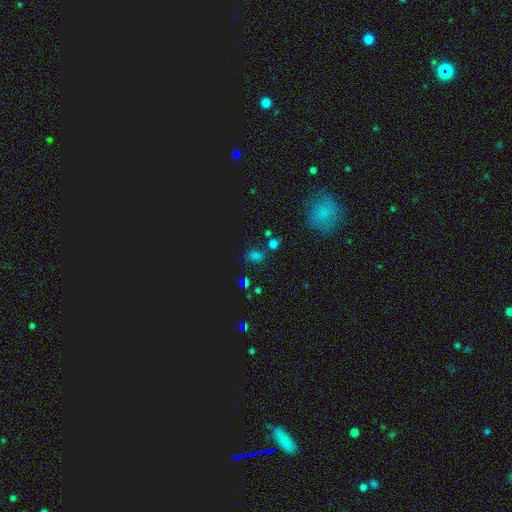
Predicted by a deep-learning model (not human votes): Q: Smooth or featured?
A: smooth (53%); runner-up: star or artifact (40%)
Q: How rounded?
A: in between (63%); runner-up: round (34%)
Q: Merging?
A: none (67%); runner-up: minor disturbance (15%)